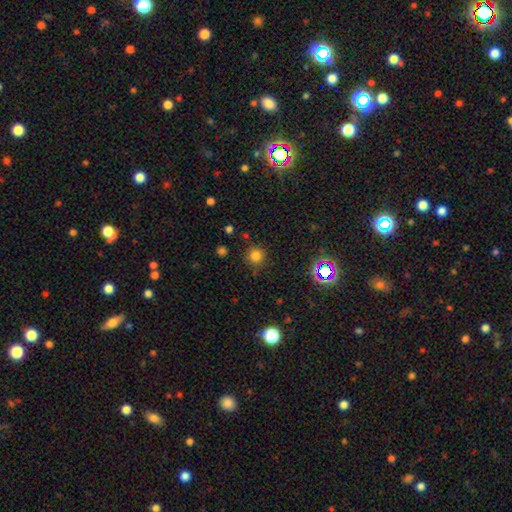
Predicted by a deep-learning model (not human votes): A smooth galaxy with no disk features (76%) that is round (93%).

Vote fractions:
- Smooth or featured? smooth: 76% / star or artifact: 18% / featured or disk: 5%
- How rounded? round: 93% / in between: 6% / cigar-shaped: 1%
- Merging? none: 85% / minor disturbance: 9% / major disturbance: 3% / merger: 2%